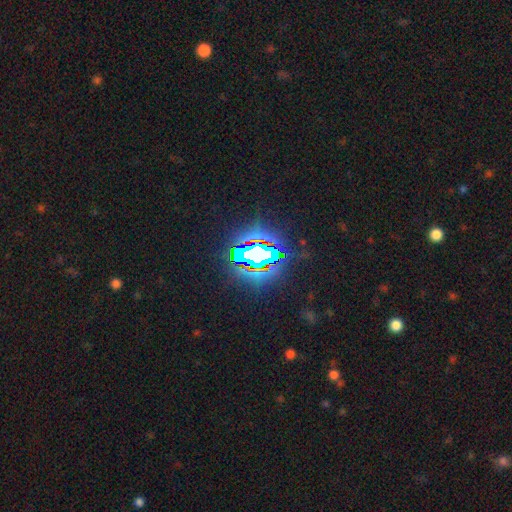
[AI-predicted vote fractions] A star or artifact, not a galaxy (73%).

Vote fractions:
- Smooth or featured? star or artifact: 73% / smooth: 14% / featured or disk: 14%